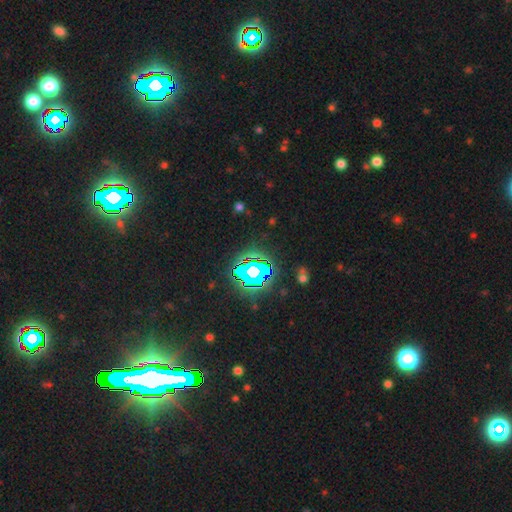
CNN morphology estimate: A star or artifact, not a galaxy (81%).